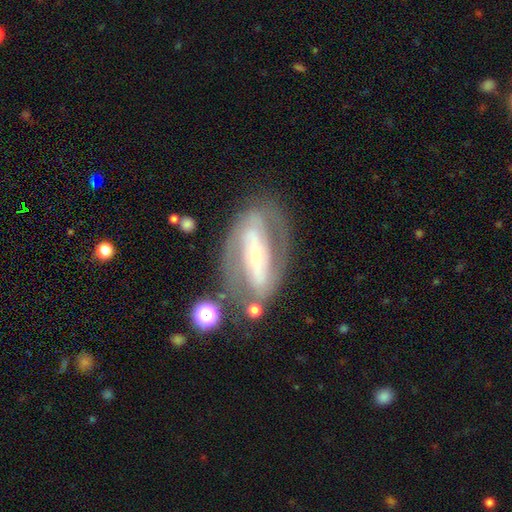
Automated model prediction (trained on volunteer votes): Smooth or featured: featured or disk — 81% (smooth — 13%)
Edge-on disk: no — 89% (yes — 11%)
Bar: strong — 61% (no — 21%)
Spiral arms: yes — 69% (no — 31%)
Bulge size: small — 65% (moderate — 29%)
Merging: none — 71% (minor disturbance — 15%)